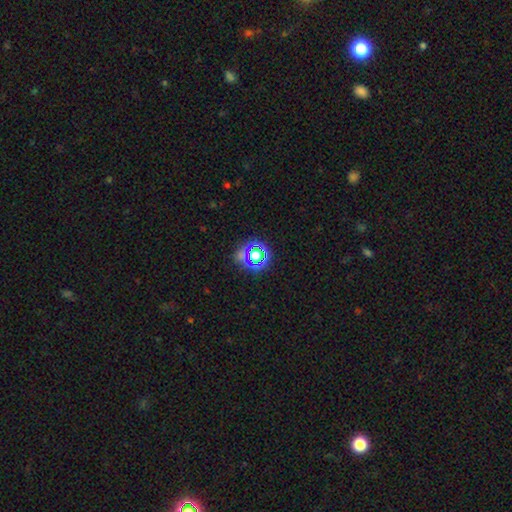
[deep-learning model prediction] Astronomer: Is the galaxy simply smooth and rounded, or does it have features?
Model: star or artifact — 69%.